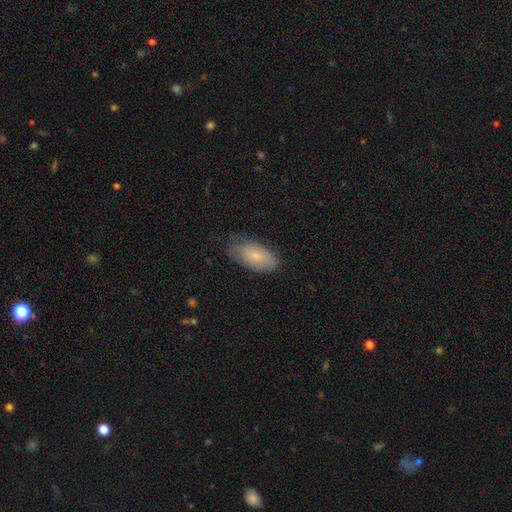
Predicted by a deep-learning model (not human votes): Smooth or featured? smooth (77%)
How rounded? in between (93%)
Merging? none (67%)